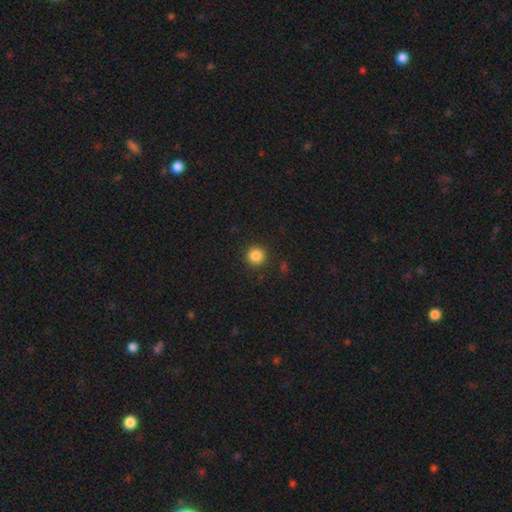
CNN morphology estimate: This is clearly a smooth galaxy (86%). How rounded: clearly round (94%). Merging: clearly none (91%).